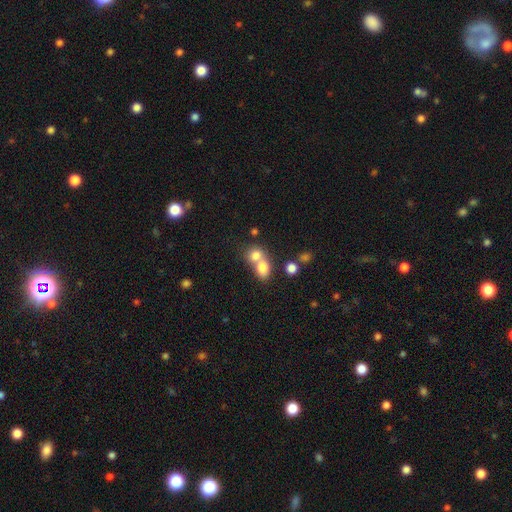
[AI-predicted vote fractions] Smooth or featured? Predicted: smooth (p=0.76). How rounded? Predicted: round (p=0.60). Merging? Predicted: merger (p=0.65).